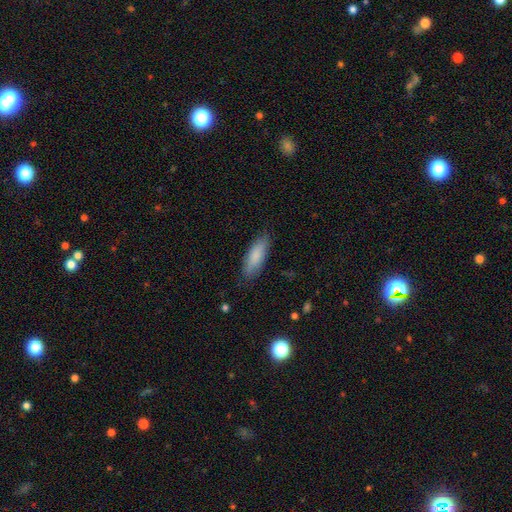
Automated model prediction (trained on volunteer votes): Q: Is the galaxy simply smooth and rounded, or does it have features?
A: smooth — 85%.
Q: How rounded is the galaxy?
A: in between — 59%.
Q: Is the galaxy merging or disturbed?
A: none — 84%.